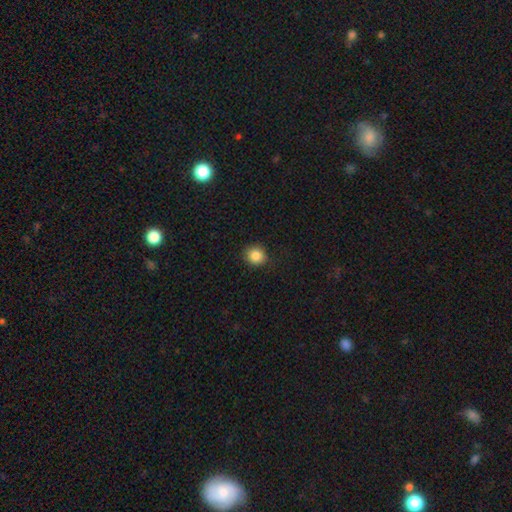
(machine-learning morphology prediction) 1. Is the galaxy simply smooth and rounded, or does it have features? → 87% smooth, 10% star or artifact, 4% featured or disk.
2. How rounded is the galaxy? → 85% round, 14% in between, 1% cigar-shaped.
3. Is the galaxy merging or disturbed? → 86% none, 10% minor disturbance, 3% major disturbance, 1% merger.